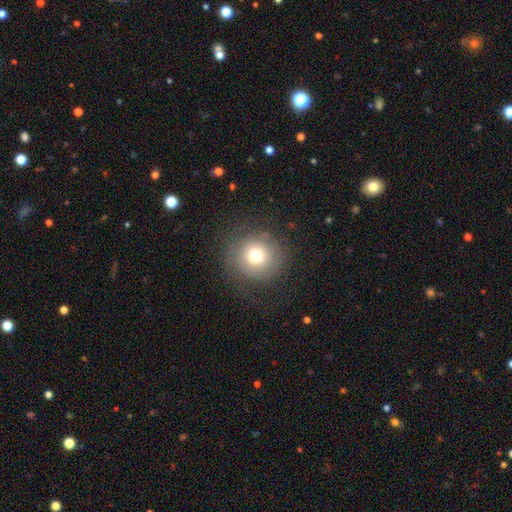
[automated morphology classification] Overall: smooth (70%). How rounded: round (94%). Merging: none (79%).